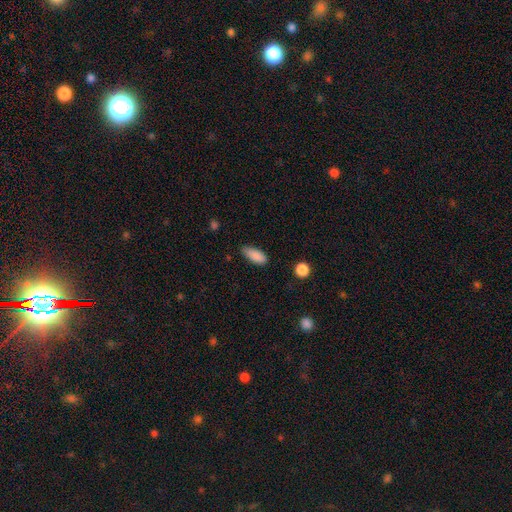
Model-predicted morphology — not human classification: Q: Smooth or featured?
A: smooth (88%); runner-up: star or artifact (7%)
Q: How rounded?
A: in between (82%); runner-up: cigar-shaped (16%)
Q: Merging?
A: none (73%); runner-up: minor disturbance (21%)